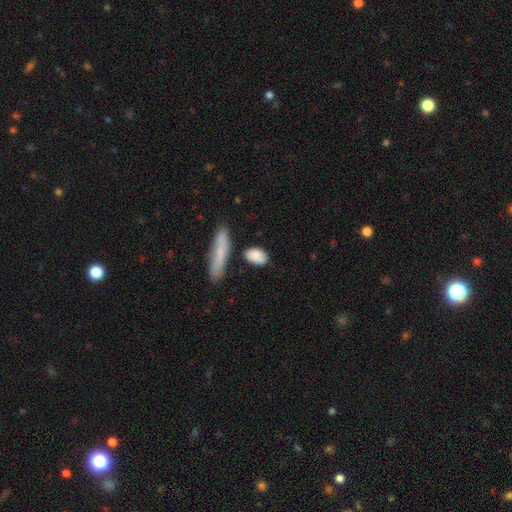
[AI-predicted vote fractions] Smooth or featured? smooth (82%)
How rounded? in between (85%)
Merging? none (66%)